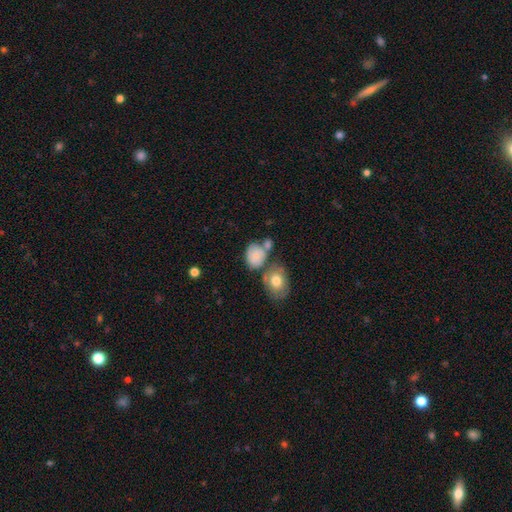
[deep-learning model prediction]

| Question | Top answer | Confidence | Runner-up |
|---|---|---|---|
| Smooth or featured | smooth | 76% | featured or disk (15%) |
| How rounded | round | 54% | in between (45%) |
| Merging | none | 44% | merger (30%) |